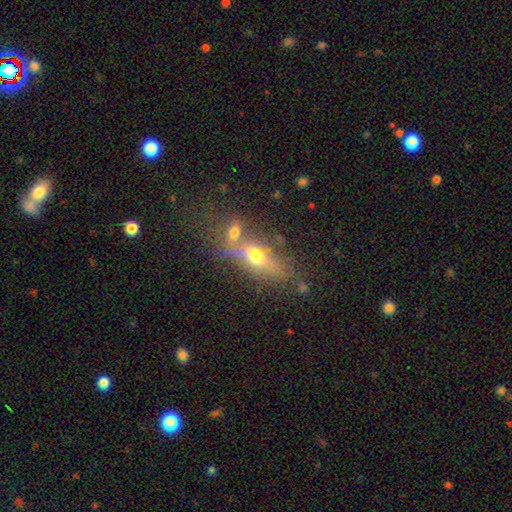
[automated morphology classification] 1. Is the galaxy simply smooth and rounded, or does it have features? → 54% smooth, 34% featured or disk, 12% star or artifact.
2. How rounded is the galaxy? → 66% in between, 28% cigar-shaped, 6% round.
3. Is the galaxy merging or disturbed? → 42% none, 37% merger, 13% minor disturbance, 8% major disturbance.